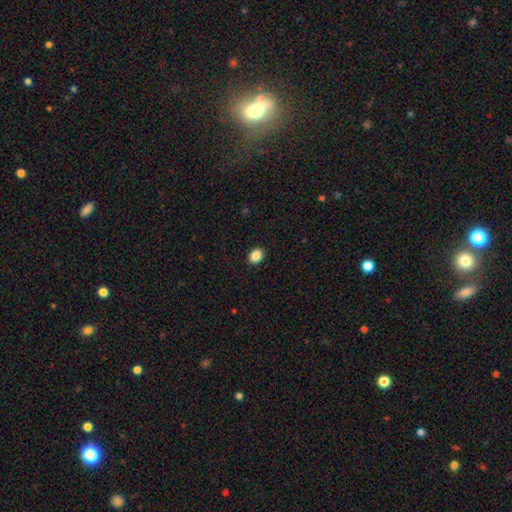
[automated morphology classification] smooth_or_featured: smooth (p=0.88) [alt: star or artifact p=0.09]
how_rounded: in between (p=0.60) [alt: round p=0.39]
merging: none (p=0.91) [alt: minor disturbance p=0.07]